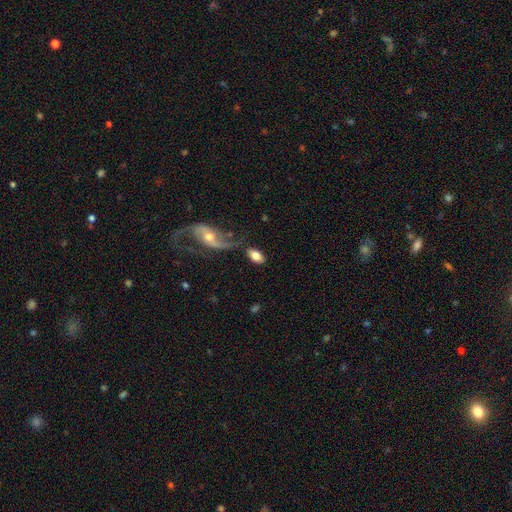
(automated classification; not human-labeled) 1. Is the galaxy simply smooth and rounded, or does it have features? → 75% smooth, 19% featured or disk, 6% star or artifact.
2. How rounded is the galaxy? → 93% in between, 5% round, 2% cigar-shaped.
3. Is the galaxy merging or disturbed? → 64% none, 16% minor disturbance, 12% merger, 8% major disturbance.